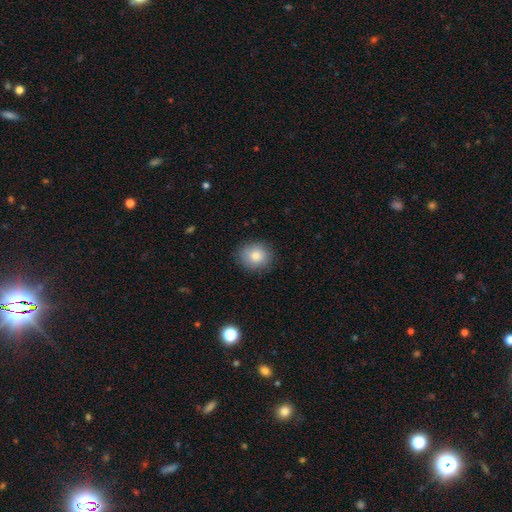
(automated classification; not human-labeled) Smooth or featured: smooth — 82% (featured or disk — 10%)
How rounded: round — 75% (in between — 24%)
Merging: none — 86% (minor disturbance — 10%)